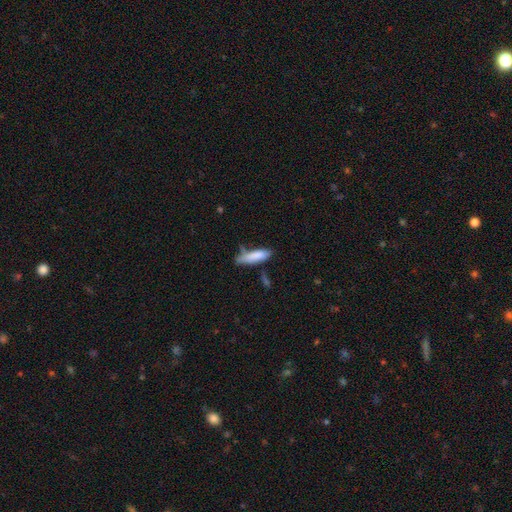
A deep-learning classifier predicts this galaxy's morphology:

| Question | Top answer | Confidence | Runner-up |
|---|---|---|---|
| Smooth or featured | smooth | 79% | featured or disk (14%) |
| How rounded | cigar-shaped | 58% | in between (40%) |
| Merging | none | 48% | minor disturbance (30%) |